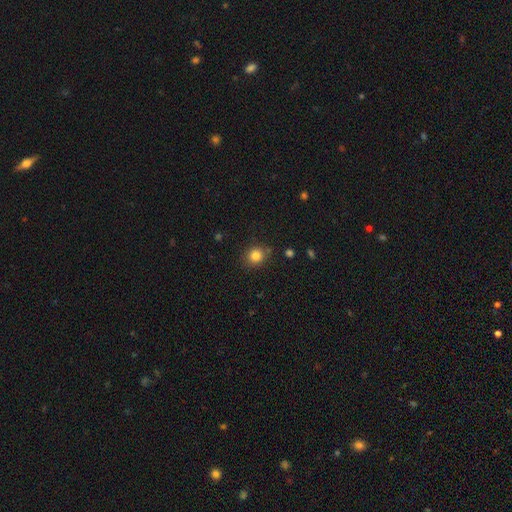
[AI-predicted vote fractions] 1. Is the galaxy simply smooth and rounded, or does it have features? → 82% smooth, 12% star or artifact, 6% featured or disk.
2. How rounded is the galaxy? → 80% round, 19% in between, 1% cigar-shaped.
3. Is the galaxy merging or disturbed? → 83% none, 11% minor disturbance, 3% merger, 3% major disturbance.